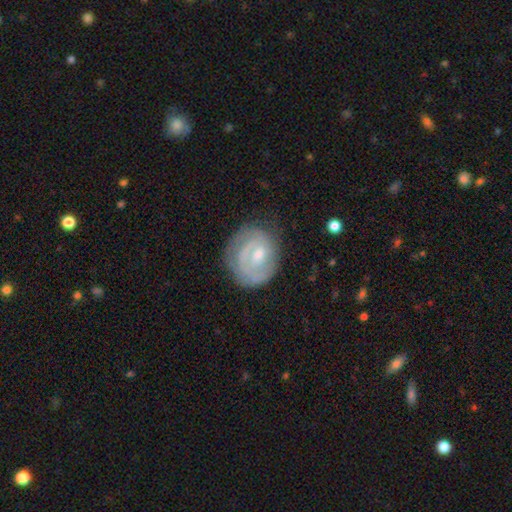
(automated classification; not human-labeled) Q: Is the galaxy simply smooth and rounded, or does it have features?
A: featured or disk — 72%.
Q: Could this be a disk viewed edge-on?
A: no — 97%.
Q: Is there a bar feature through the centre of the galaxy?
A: weak — 49%.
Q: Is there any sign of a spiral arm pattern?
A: yes — 85%.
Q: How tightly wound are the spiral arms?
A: tight — 62%.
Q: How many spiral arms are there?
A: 2 — 44%.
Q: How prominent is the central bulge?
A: small — 51%.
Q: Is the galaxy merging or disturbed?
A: none — 69%.